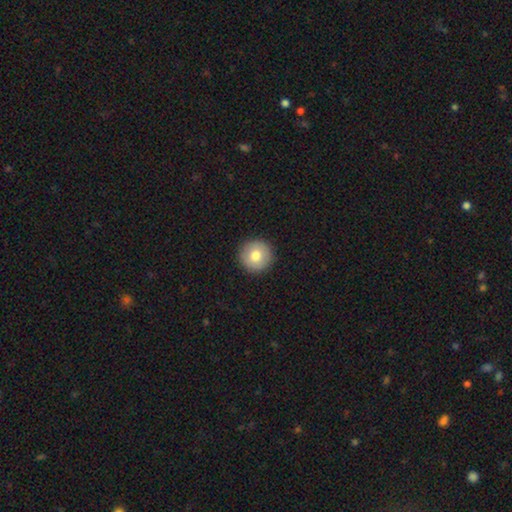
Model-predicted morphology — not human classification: A smooth galaxy with no disk features (77%) that is round (96%). Merging: none (93%).